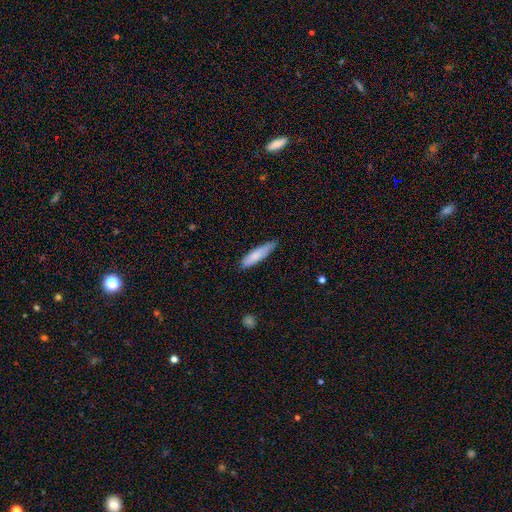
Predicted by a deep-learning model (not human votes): A smooth galaxy with no disk features (81%) that is cigar-shaped (75%). Merging: none (73%).